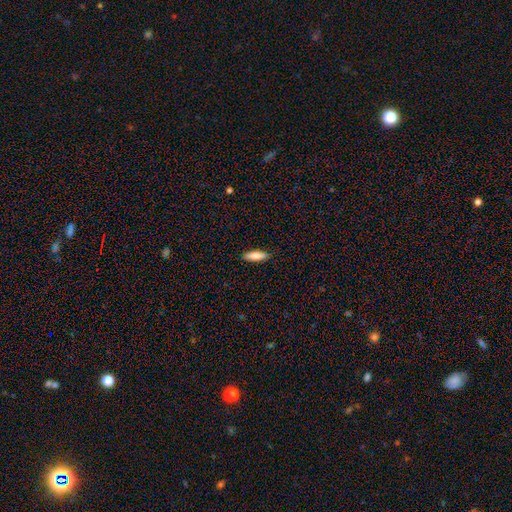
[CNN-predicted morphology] A smooth galaxy with no disk features (82%) that is cigar-shaped (49%, tied with in between). Merging: none (89%).